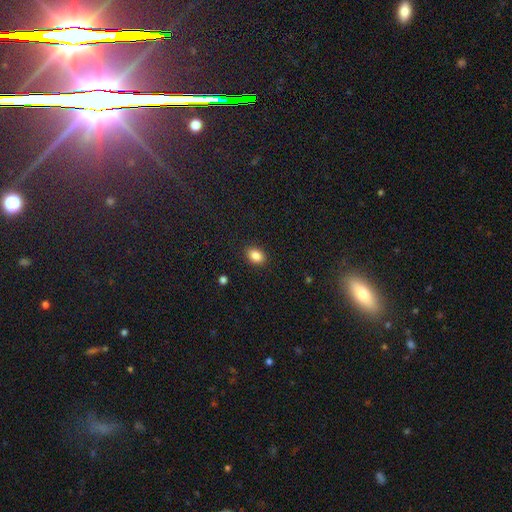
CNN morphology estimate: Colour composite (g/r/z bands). It shows a smooth galaxy with no disk features (87%) that is in between round and cigar-shaped (79%). Merging: none (88%).